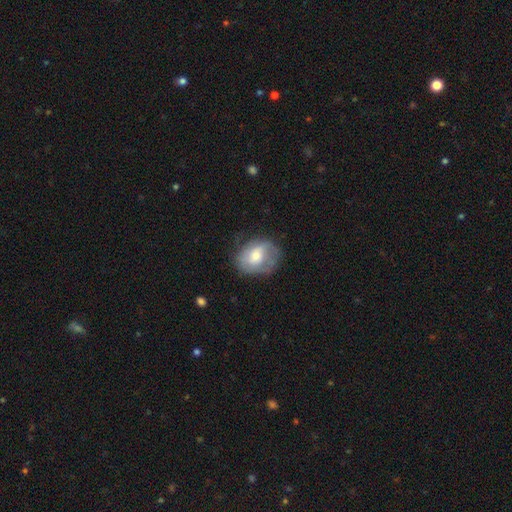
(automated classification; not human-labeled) This appears to be a featured or disk galaxy (47%). Merging: none (60%).